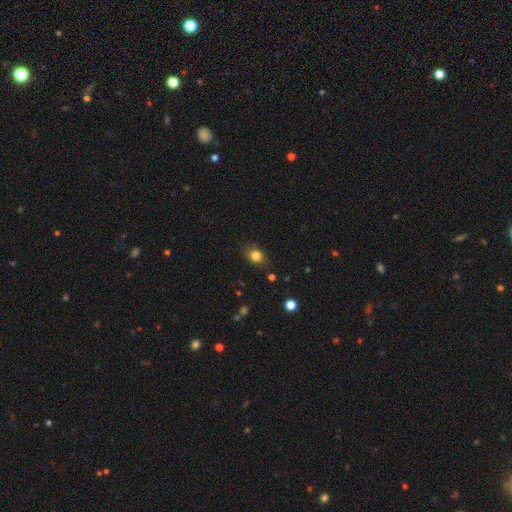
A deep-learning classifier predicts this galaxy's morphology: smooth_or_featured: smooth (p=0.82) [alt: star or artifact p=0.11]
how_rounded: round (p=0.51) [alt: in between p=0.48]
merging: none (p=0.78) [alt: minor disturbance p=0.17]